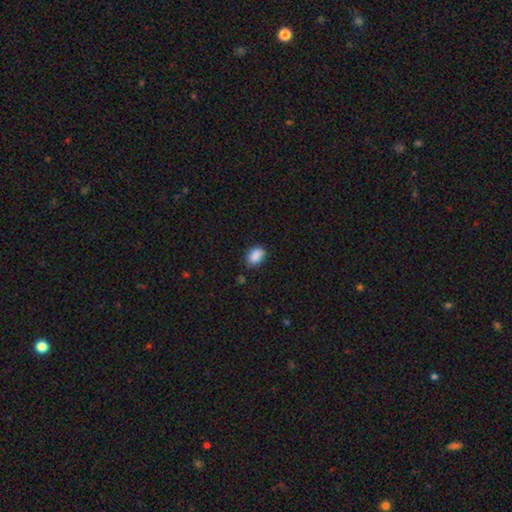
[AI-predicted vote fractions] A smooth galaxy with no disk features (88%) that is in between round and cigar-shaped (82%). Merging: none (77%).